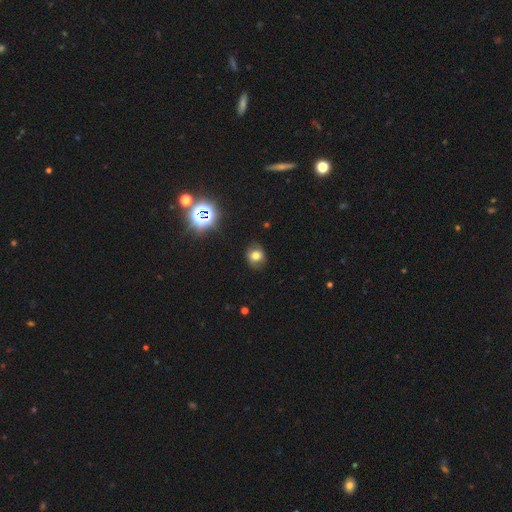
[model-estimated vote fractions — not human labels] Smooth or featured? smooth (73%)
How rounded? round (71%)
Merging? none (83%)